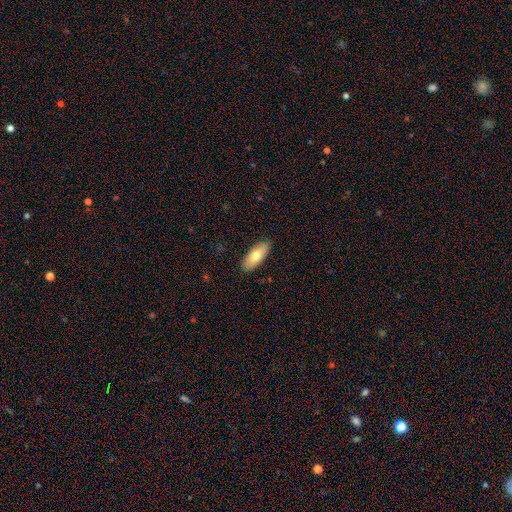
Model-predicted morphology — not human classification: Smooth or featured? Predicted: smooth (p=0.72). How rounded? Predicted: in between (p=0.80). Merging? Predicted: none (p=0.89).